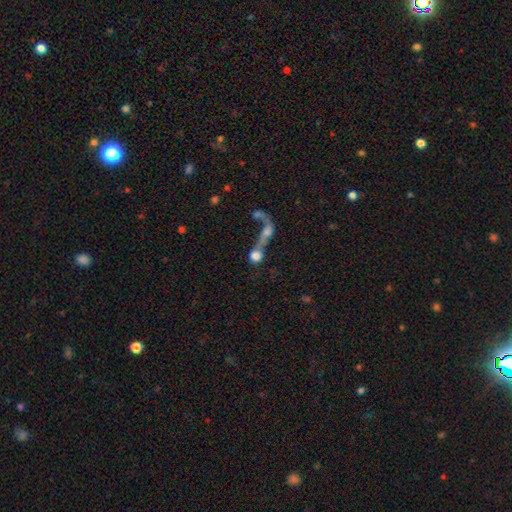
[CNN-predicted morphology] Q: Smooth or featured?
A: smooth (62%); runner-up: featured or disk (25%)
Q: How rounded?
A: round (64%); runner-up: in between (26%)
Q: Merging?
A: merger (64%); runner-up: none (16%)